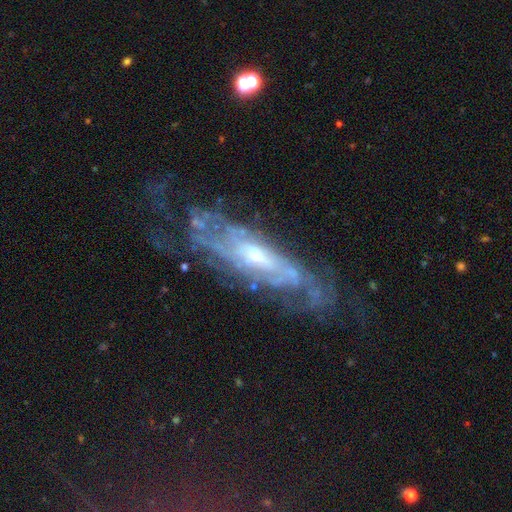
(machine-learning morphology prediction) A featured or disk galaxy (85%) with no bar (58%), tight (61%) spiral arms (92%) and a small central bulge (48%).

Vote fractions:
- Smooth or featured? featured or disk: 85% / smooth: 8% / star or artifact: 7%
- Edge-on disk? no: 80% / yes: 20%
- Bar? no: 58% / weak: 31% / strong: 11%
- Spiral arms? yes: 92% / no: 8%
- Spiral winding? tight: 61% / medium: 30% / loose: 9%
- Spiral arm count? can't tell: 53% / 2: 16% / 3: 11% / 4: 9% / more than 4: 6% / 1: 5%
- Bulge size? small: 48% / moderate: 44% / large: 5% / none: 3% / dominant: 1%
- Merging? none: 64% / minor disturbance: 20% / major disturbance: 14% / merger: 2%